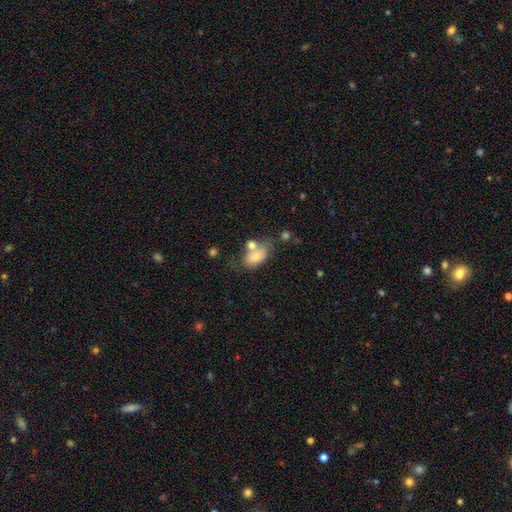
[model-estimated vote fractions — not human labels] Q: Smooth or featured?
A: smooth (70%); runner-up: featured or disk (21%)
Q: How rounded?
A: in between (87%); runner-up: round (11%)
Q: Merging?
A: merger (35%); runner-up: none (34%)